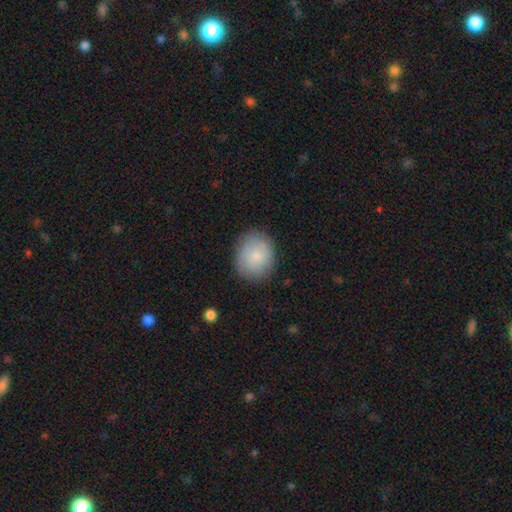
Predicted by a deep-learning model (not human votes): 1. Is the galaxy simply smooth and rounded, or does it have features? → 76% smooth, 17% featured or disk, 7% star or artifact.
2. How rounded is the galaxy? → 64% round, 35% in between, 1% cigar-shaped.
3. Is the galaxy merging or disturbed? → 81% none, 14% minor disturbance, 4% major disturbance, 1% merger.